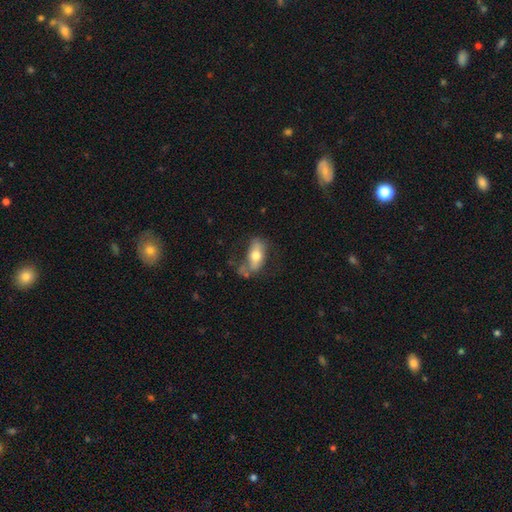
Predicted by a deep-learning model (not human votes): Overall: smooth (58%; featured or disk 35%). How rounded: in between (82%). Merging: none (49%; minor disturbance 26%).